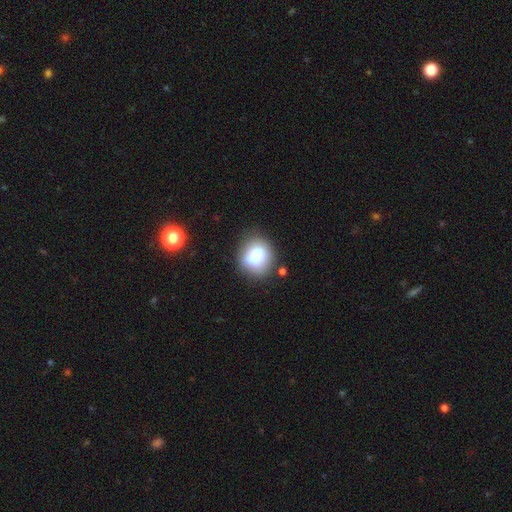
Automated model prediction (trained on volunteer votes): smooth_or_featured: smooth (p=0.75) [alt: featured or disk p=0.15]
how_rounded: round (p=0.74) [alt: in between p=0.25]
merging: none (p=0.80) [alt: minor disturbance p=0.12]